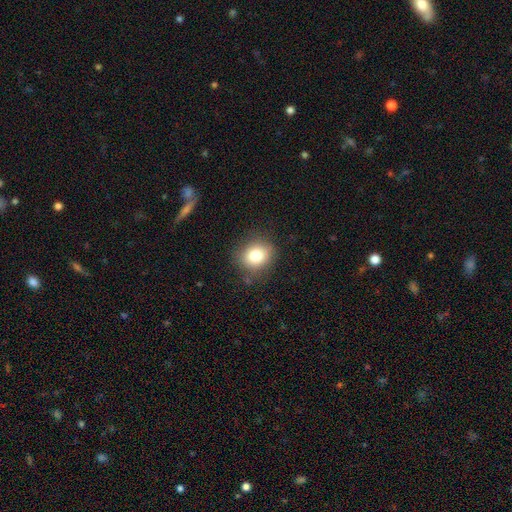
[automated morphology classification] This appears to be a smooth galaxy with no disk features (80%) that is round (72%). Merging: none (83%).